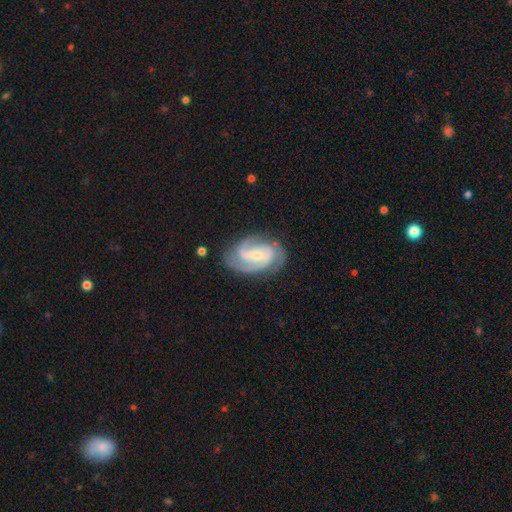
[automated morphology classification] smooth-or-featured: featured or disk: 88% | smooth: 8% | star or artifact: 4%
  disk-edge-on: no: 97% | yes: 3%
    bar: weak: 45% | no: 36% | strong: 19%
    has-spiral-arms: yes: 97% | no: 3%
      spiral-winding: medium: 47% | tight: 41% | loose: 11%
      spiral-arm-count: 2: 48% | 3: 33% | can't tell: 9% | 4: 4% | 1: 4% | more than 4: 3%
    bulge-size: small: 61% | moderate: 34% | none: 2% | large: 2% | dominant: 1%
  merging: none: 72% | minor disturbance: 19% | major disturbance: 7% | merger: 2%